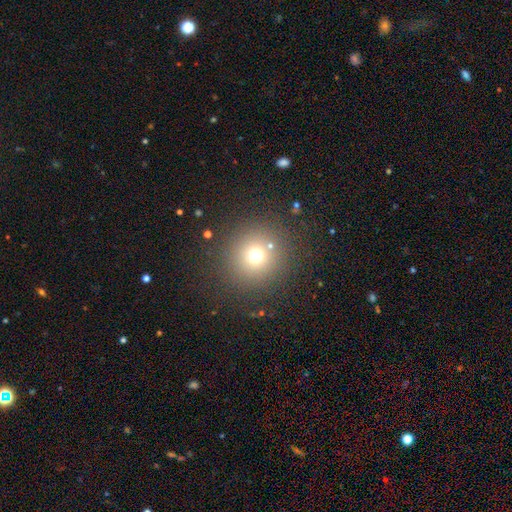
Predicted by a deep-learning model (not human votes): Smooth or featured: smooth — 69% (star or artifact — 21%)
How rounded: round — 93% (in between — 6%)
Merging: none — 84% (minor disturbance — 7%)